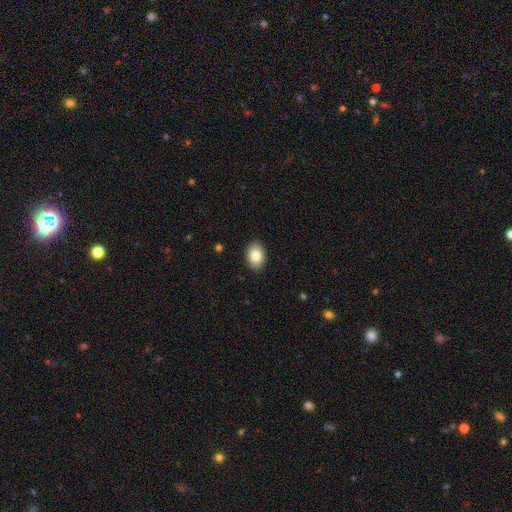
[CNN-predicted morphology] Smooth or featured: smooth — 84% (featured or disk — 8%)
How rounded: in between — 81% (round — 18%)
Merging: none — 90% (minor disturbance — 8%)